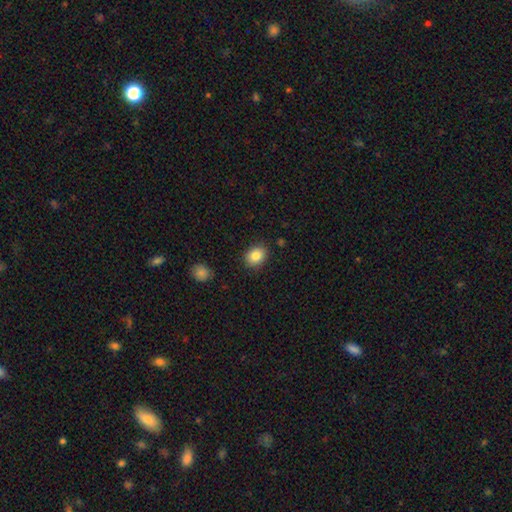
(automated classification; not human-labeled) Smooth or featured? Predicted: smooth (p=0.85). How rounded? Predicted: in between (p=0.53). Merging? Predicted: none (p=0.88).